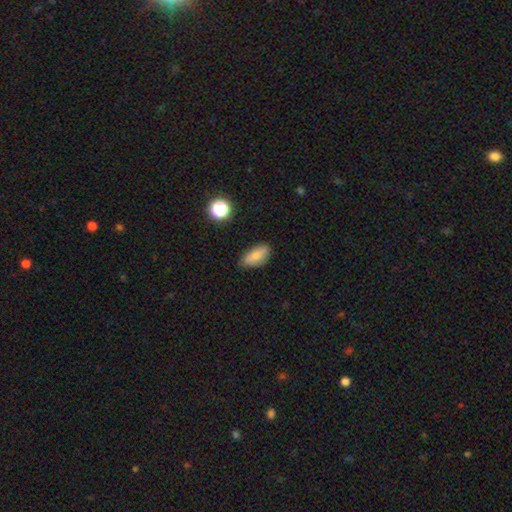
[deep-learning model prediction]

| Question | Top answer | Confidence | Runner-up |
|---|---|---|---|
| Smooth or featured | smooth | 78% | featured or disk (13%) |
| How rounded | in between | 86% | cigar-shaped (9%) |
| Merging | none | 80% | minor disturbance (16%) |